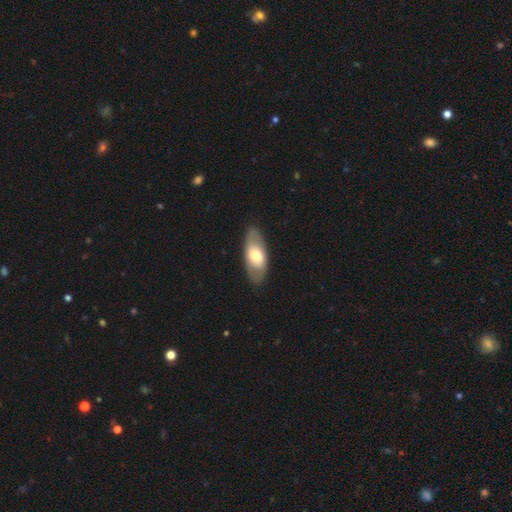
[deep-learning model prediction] smooth-or-featured: smooth: 54% | featured or disk: 41% | star or artifact: 5%
  how-rounded: in between: 87% | cigar-shaped: 10% | round: 3%
  merging: none: 84% | minor disturbance: 12% | major disturbance: 3% | merger: 1%